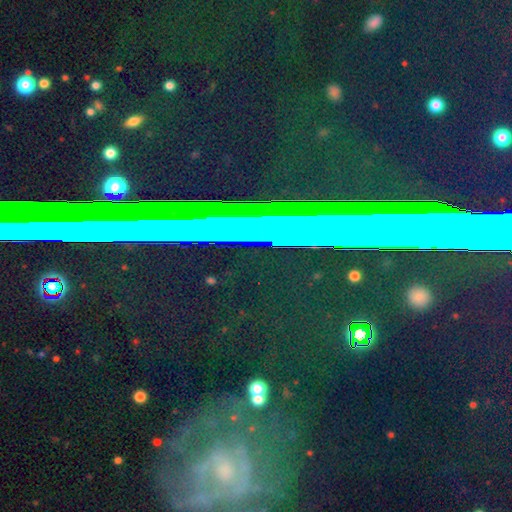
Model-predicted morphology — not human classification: Smooth or featured: star or artifact — 81% (smooth — 10%)